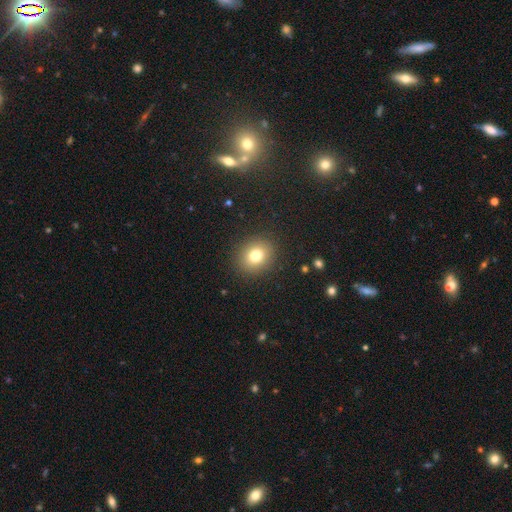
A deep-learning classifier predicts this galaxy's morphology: smooth-or-featured: smooth: 78% | star or artifact: 12% | featured or disk: 10%
  how-rounded: round: 64% | in between: 35% | cigar-shaped: 1%
  merging: none: 89% | minor disturbance: 7% | major disturbance: 3% | merger: 1%